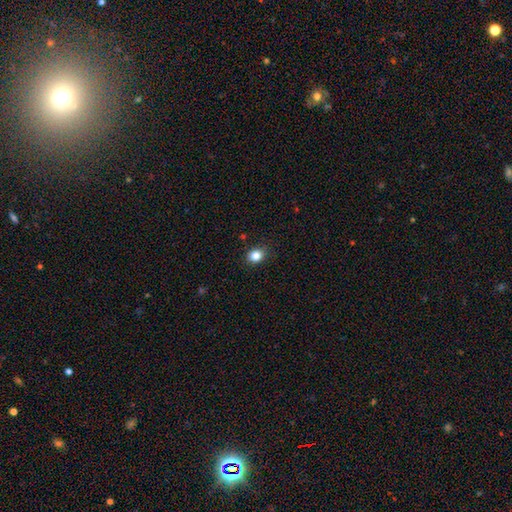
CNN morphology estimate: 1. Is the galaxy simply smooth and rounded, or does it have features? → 85% smooth, 11% star or artifact, 4% featured or disk.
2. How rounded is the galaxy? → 56% round, 43% in between, 1% cigar-shaped.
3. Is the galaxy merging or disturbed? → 87% none, 10% minor disturbance, 2% major disturbance, 1% merger.